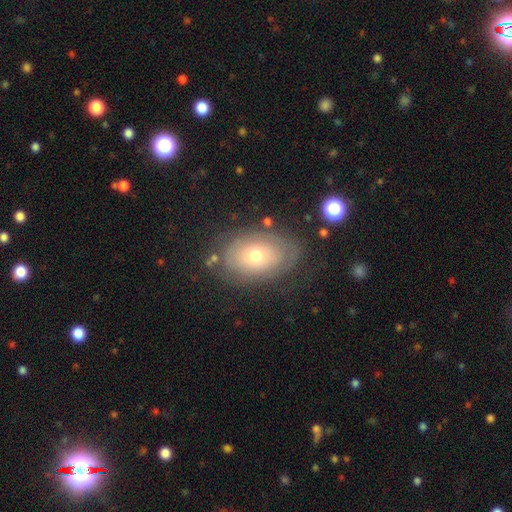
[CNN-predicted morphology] smooth_or_featured: featured or disk (p=0.47) [alt: smooth p=0.44]
merging: none (p=0.74) [alt: minor disturbance p=0.17]